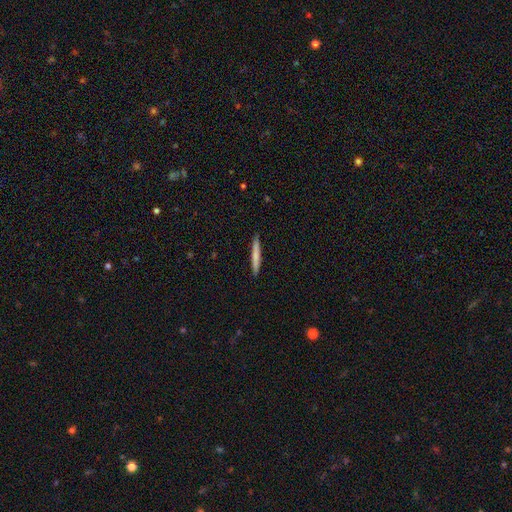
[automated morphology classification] type=smooth (70%); roundness=cigar-shaped (96%); merging=none (92%).